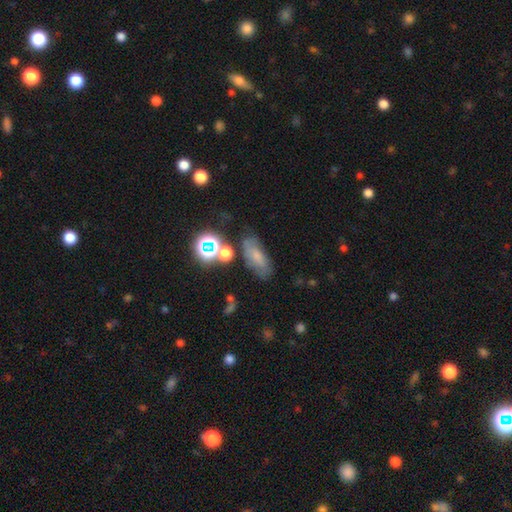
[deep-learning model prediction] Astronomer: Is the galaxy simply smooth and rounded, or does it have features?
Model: smooth — 55%.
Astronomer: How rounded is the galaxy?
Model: in between — 75%.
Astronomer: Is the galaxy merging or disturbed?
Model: none — 63%.